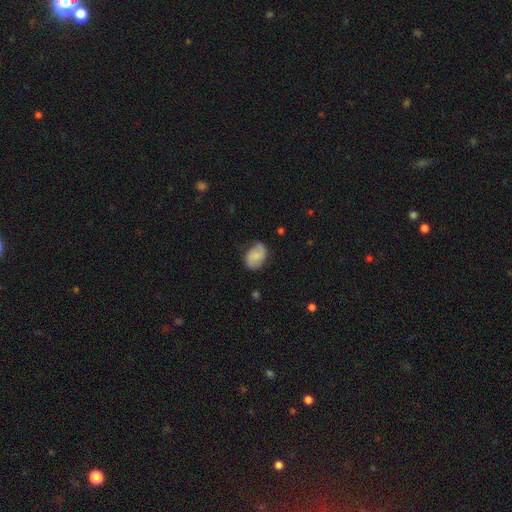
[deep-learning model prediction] A smooth galaxy with no disk features (62%) that is in between round and cigar-shaped (80%).

Vote fractions:
- Smooth or featured? smooth: 62% / featured or disk: 31% / star or artifact: 7%
- How rounded? in between: 80% / round: 19% / cigar-shaped: 1%
- Merging? none: 68% / minor disturbance: 25% / major disturbance: 6% / merger: 1%